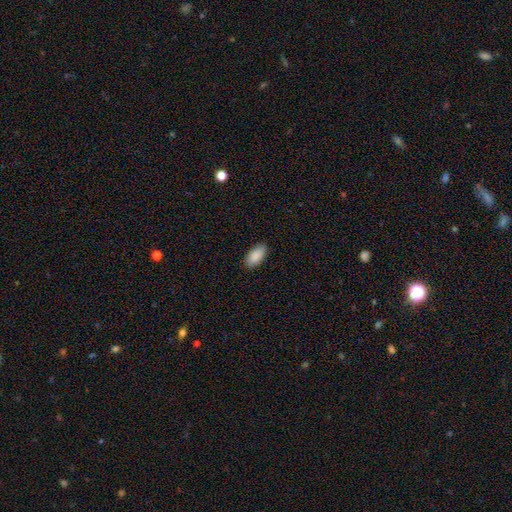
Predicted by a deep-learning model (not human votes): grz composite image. It shows a smooth galaxy with no disk features (90%) that is in between round and cigar-shaped (94%). Merging: none (88%).